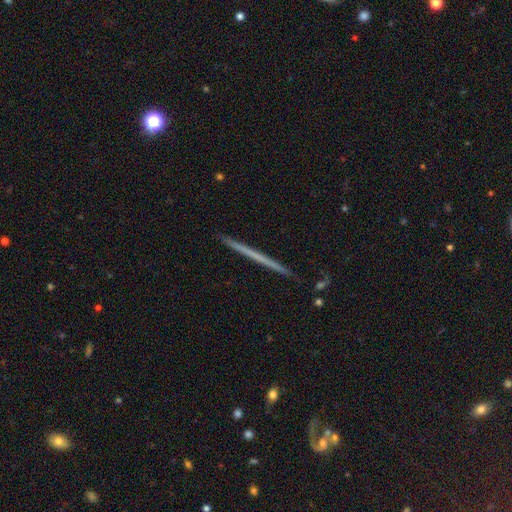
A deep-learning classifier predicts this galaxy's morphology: Smooth or featured?
  - featured or disk: 55% *
  - smooth: 38%
  - star or artifact: 6%
Edge-on disk?
  - yes: 98% *
  - no: 2%
Edge-on bulge?
  - none: 92% *
  - rounded: 6%
  - boxy: 2%
Merging?
  - none: 92% *
  - minor disturbance: 5%
  - merger: 1%
  - major disturbance: 1%